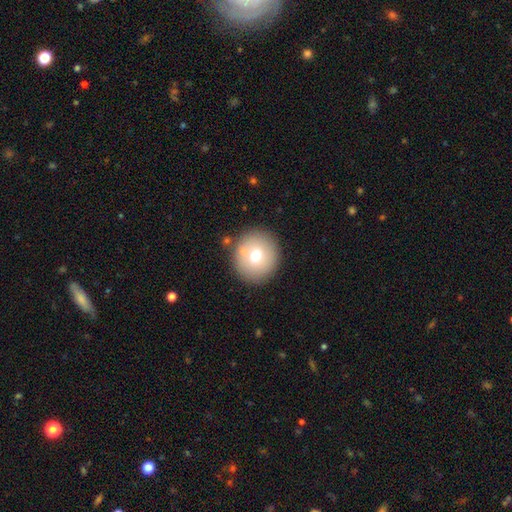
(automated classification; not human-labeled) Smooth or featured? smooth (68%)
How rounded? round (87%)
Merging? none (83%)